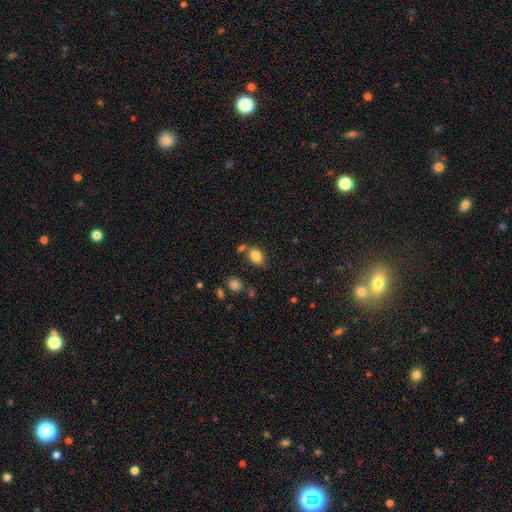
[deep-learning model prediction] This appears to be a smooth galaxy with no disk features (82%) that is in between round and cigar-shaped (79%). Merging: none (68%).